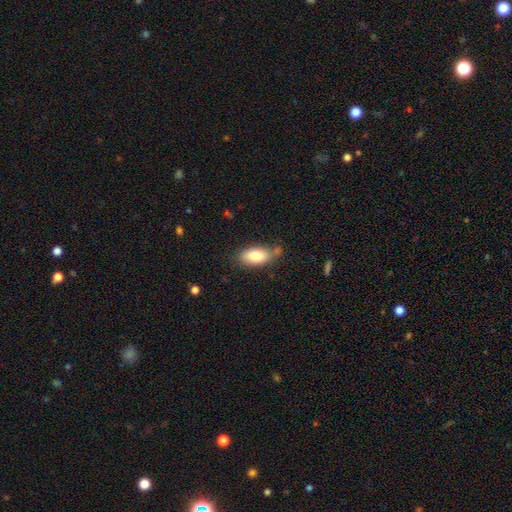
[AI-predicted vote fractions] Q: Smooth or featured?
A: smooth (81%); runner-up: featured or disk (12%)
Q: How rounded?
A: in between (91%); runner-up: cigar-shaped (6%)
Q: Merging?
A: none (67%); runner-up: minor disturbance (20%)